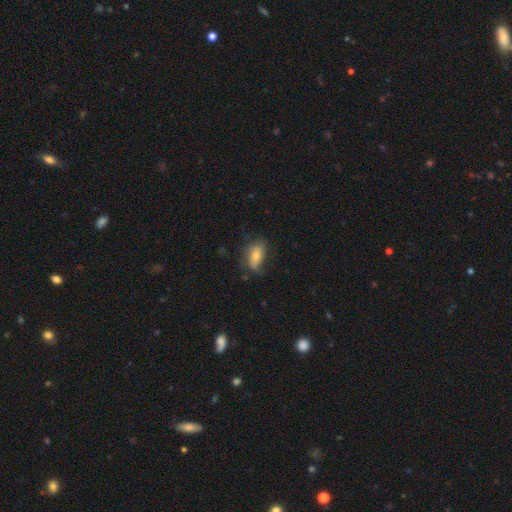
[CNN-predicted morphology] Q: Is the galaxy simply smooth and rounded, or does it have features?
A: smooth — 63%.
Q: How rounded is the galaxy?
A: in between — 85%.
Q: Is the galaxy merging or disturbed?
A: none — 61%.